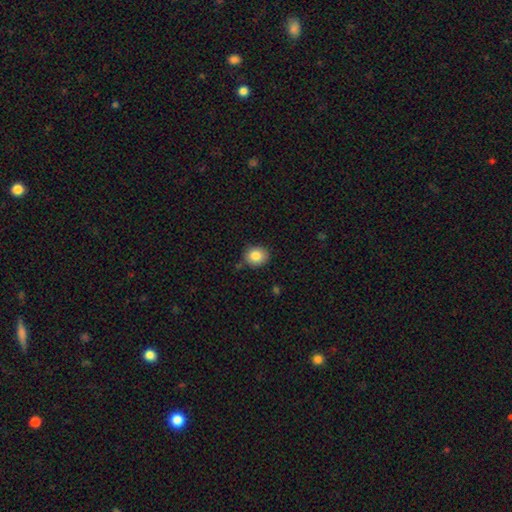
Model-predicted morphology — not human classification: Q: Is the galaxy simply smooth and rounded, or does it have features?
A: smooth — 85%.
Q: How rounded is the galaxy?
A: round — 75%.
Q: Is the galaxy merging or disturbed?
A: none — 81%.